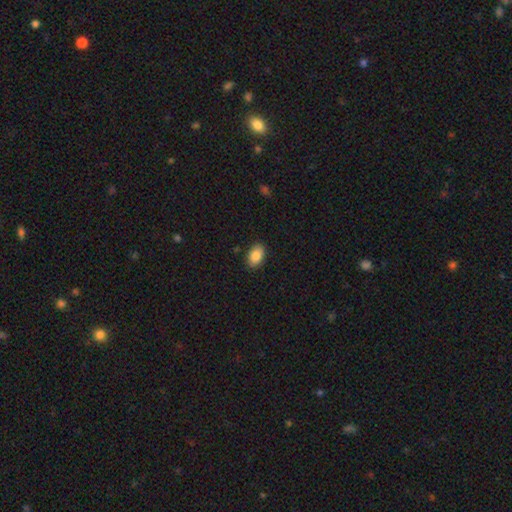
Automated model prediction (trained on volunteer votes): Smooth or featured? Predicted: smooth (p=0.87). How rounded? Predicted: in between (p=0.90). Merging? Predicted: none (p=0.87).